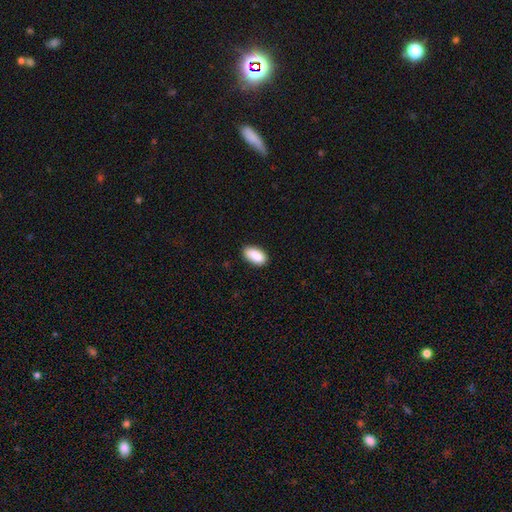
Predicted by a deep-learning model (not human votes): smooth_or_featured: smooth (p=0.89) [alt: star or artifact p=0.07]
how_rounded: in between (p=0.93) [alt: cigar-shaped p=0.03]
merging: none (p=0.84) [alt: minor disturbance p=0.13]